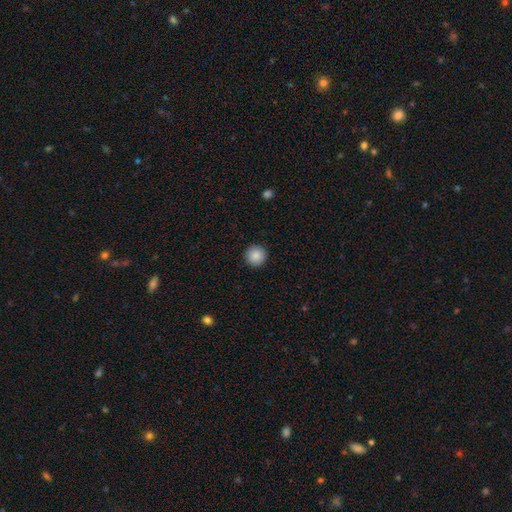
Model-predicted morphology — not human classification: A smooth galaxy with no disk features (88%) that is round (96%). Merging: none (93%).